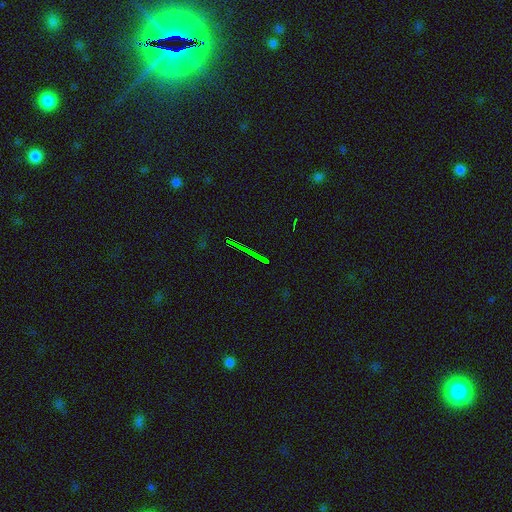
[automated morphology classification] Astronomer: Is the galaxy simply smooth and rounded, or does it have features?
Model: star or artifact — 57%.